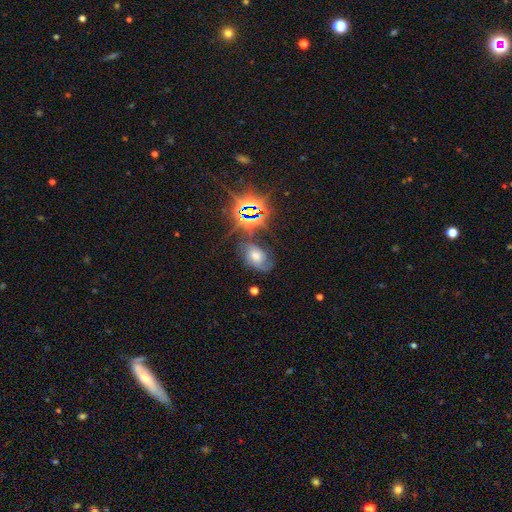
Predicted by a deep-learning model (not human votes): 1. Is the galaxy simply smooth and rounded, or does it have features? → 40% featured or disk, 36% star or artifact, 24% smooth.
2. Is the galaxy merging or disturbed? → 60% none, 22% minor disturbance, 13% major disturbance, 4% merger.